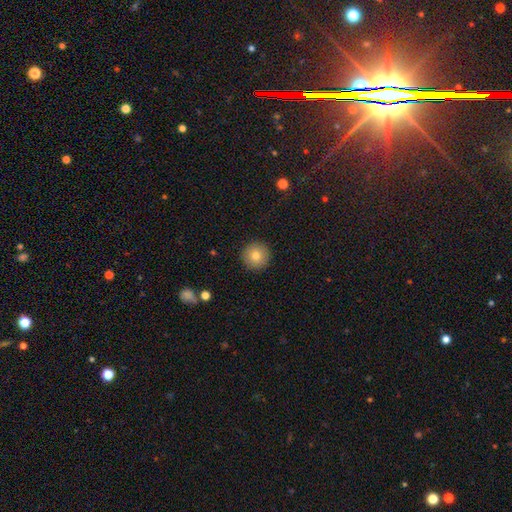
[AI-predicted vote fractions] A smooth galaxy with no disk features (80%) that is round (96%).

Vote fractions:
- Smooth or featured? smooth: 80% / featured or disk: 11% / star or artifact: 9%
- How rounded? round: 96% / in between: 3% / cigar-shaped: 1%
- Merging? none: 92% / minor disturbance: 5% / major disturbance: 2% / merger: 1%